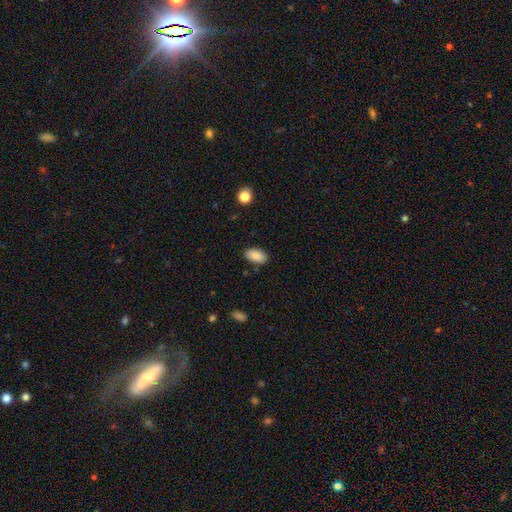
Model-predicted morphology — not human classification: smooth 89%, star or artifact 7%, featured or disk 4%. Down the decision tree: how rounded — in between (94%); merging — none (86%).